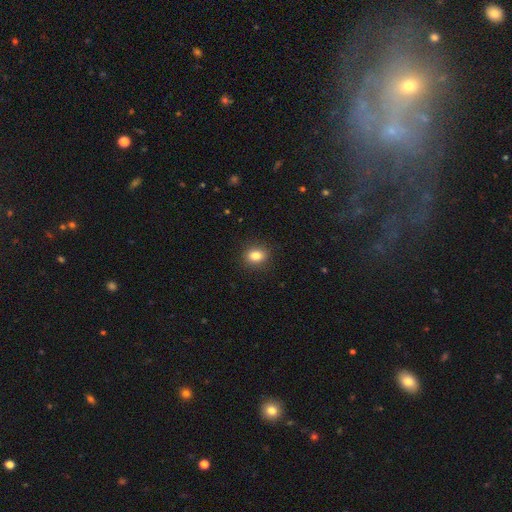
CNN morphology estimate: Overall: smooth (84%). How rounded: in between (51%; round 48%). Merging: none (89%).